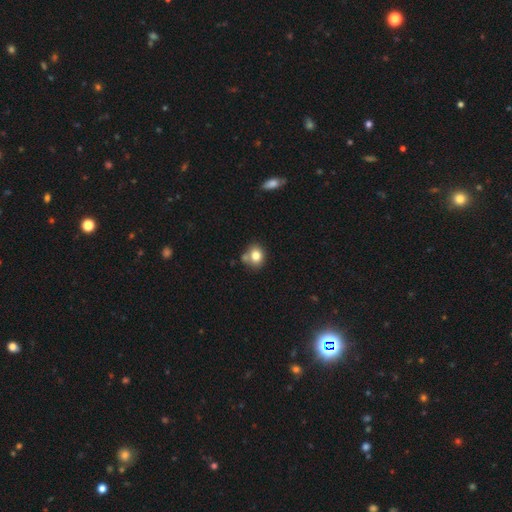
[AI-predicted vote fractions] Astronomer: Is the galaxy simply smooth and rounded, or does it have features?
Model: smooth — 79%.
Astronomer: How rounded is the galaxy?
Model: round — 65%.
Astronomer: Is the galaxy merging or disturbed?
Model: none — 62%.